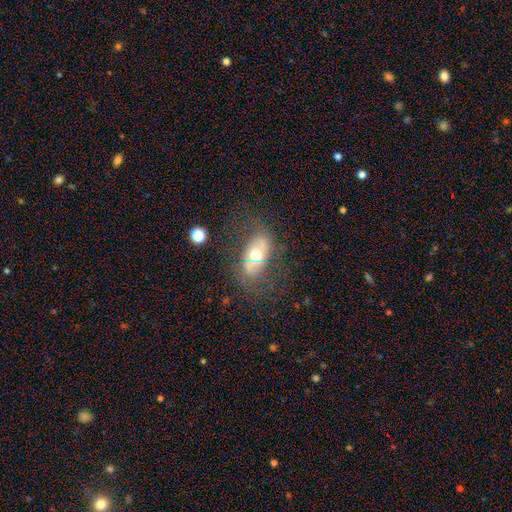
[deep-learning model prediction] A featured or disk galaxy (48%). Merging: none (64%).